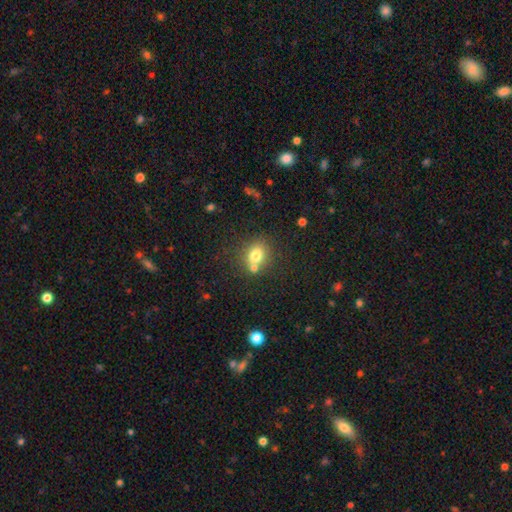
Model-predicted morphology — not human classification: This is likely a smooth galaxy (75%). How rounded: likely round (63%). Merging: likely none (62%).